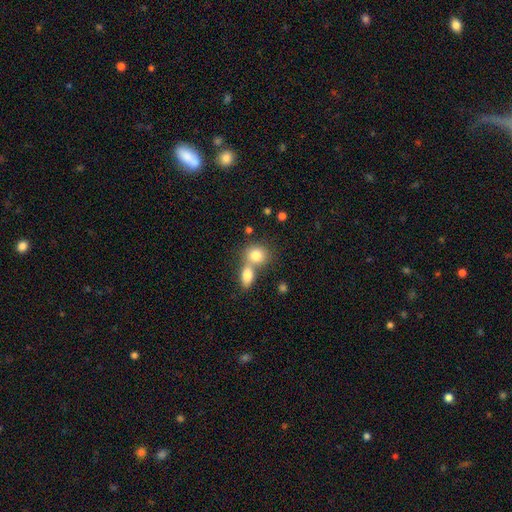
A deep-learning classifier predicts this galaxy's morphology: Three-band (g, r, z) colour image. It shows a smooth galaxy with no disk features (81%) that is round (60%). Merging: merger (53%).